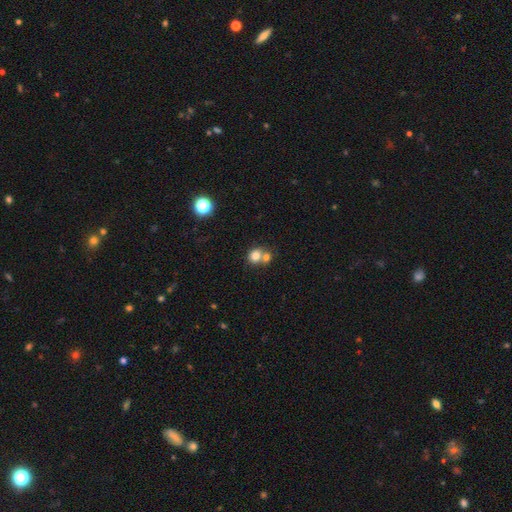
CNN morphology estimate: This appears to be a smooth galaxy with no disk features (78%) that is round (70%). Merging: merger (50%).